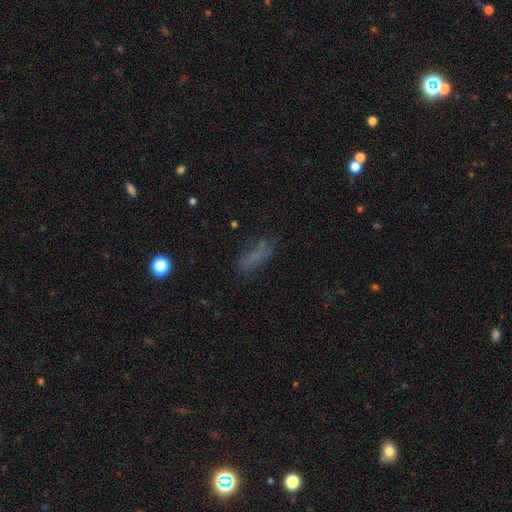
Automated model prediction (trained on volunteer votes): Smooth or featured?
  - smooth: 65% *
  - featured or disk: 18%
  - star or artifact: 17%
How rounded?
  - in between: 50% *
  - cigar-shaped: 46%
  - round: 4%
Merging?
  - none: 67% *
  - minor disturbance: 19%
  - major disturbance: 11%
  - merger: 3%